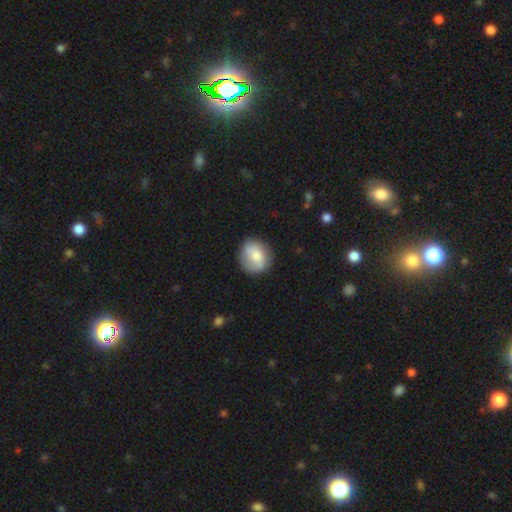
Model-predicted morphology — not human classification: This appears to be a smooth galaxy with no disk features (67%) that is round (80%). Merging: none (78%).